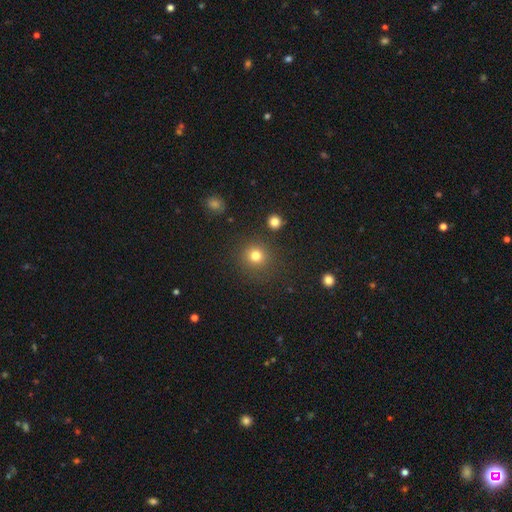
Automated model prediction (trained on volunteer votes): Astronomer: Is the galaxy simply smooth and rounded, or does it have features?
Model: smooth — 80%.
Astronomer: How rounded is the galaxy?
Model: round — 92%.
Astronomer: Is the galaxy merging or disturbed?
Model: none — 86%.